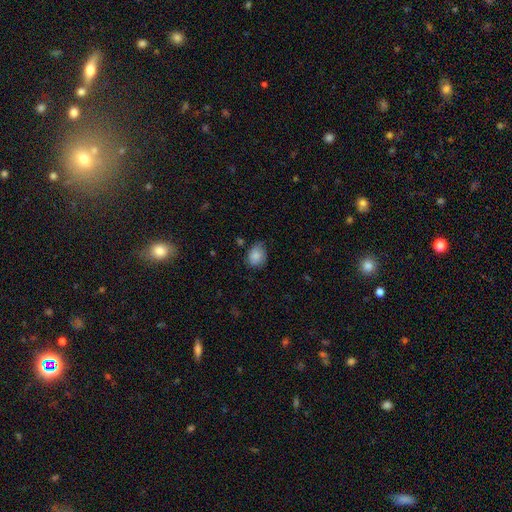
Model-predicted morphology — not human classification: Smooth or featured? smooth (83%)
How rounded? round (52%)
Merging? none (62%)